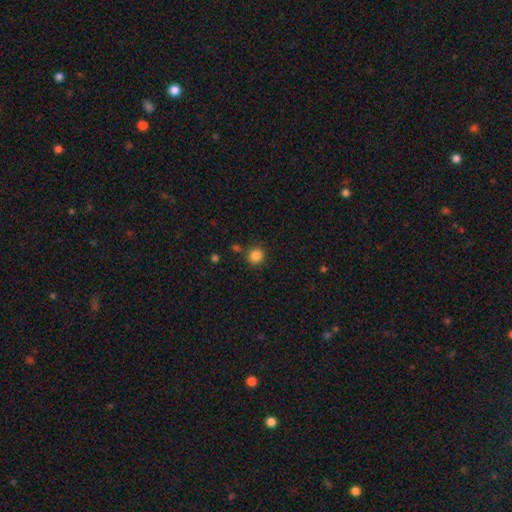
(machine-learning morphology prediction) This is clearly a smooth galaxy (85%). How rounded: clearly round (92%). Merging: clearly none (84%).